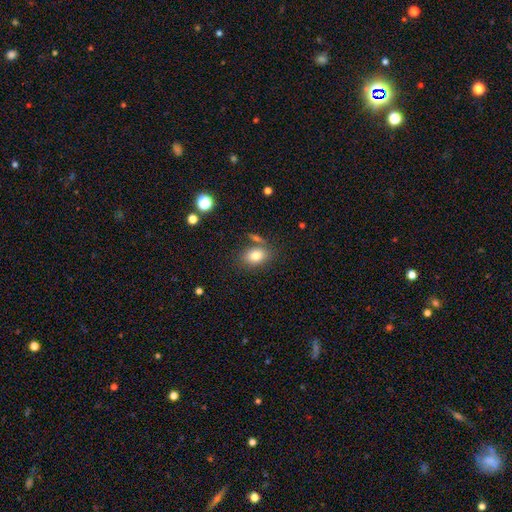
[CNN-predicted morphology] Smooth or featured? Predicted: smooth (p=0.79). How rounded? Predicted: in between (p=0.76). Merging? Predicted: none (p=0.68).